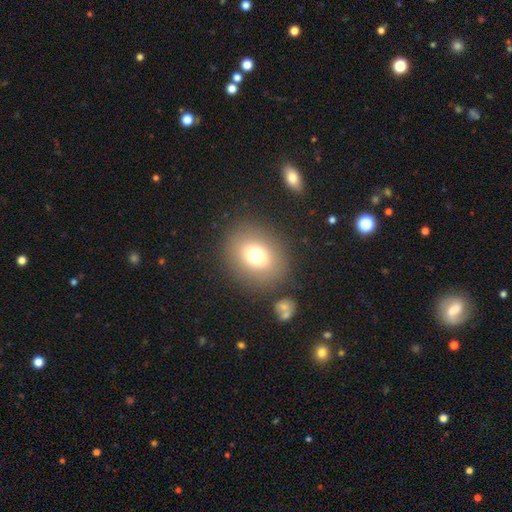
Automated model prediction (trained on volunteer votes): Smooth or featured: smooth — 73% (featured or disk — 14%)
How rounded: round — 62% (in between — 37%)
Merging: none — 82% (minor disturbance — 9%)